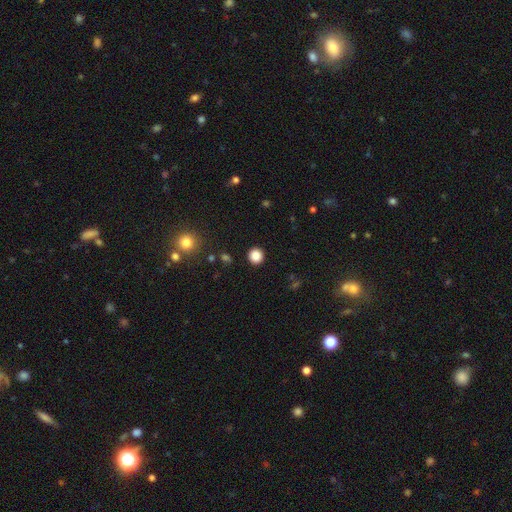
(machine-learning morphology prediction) Smooth or featured? Predicted: smooth (p=0.86). How rounded? Predicted: round (p=0.93). Merging? Predicted: none (p=0.92).